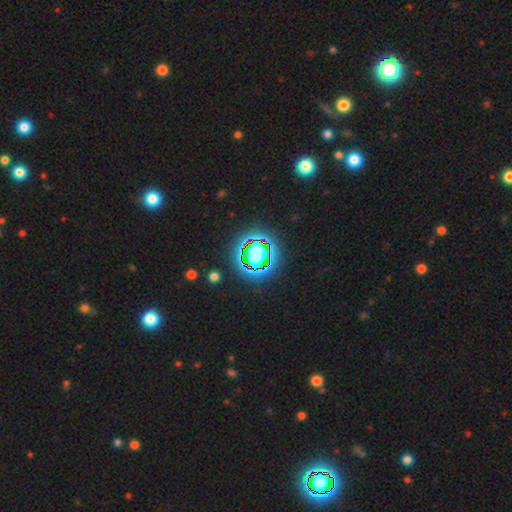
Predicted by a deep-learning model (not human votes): Overall: star or artifact (63%; smooth 23%).